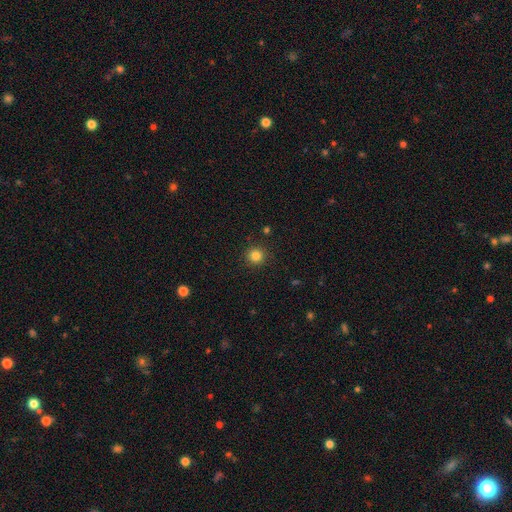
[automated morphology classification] This appears to be a smooth galaxy with no disk features (83%) that is round (95%). Merging: none (92%).